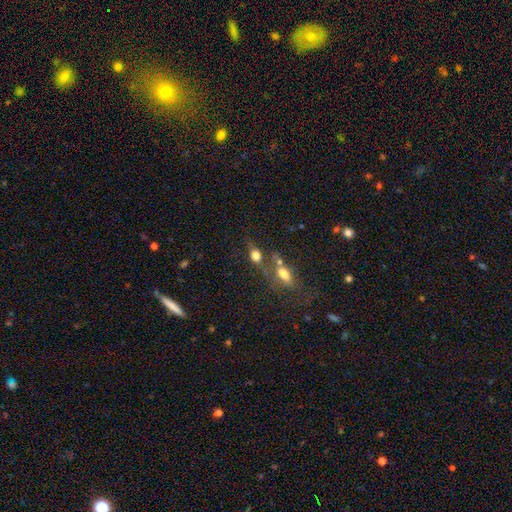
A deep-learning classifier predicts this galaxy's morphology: type=smooth (70%); roundness=in between (61%); merging=none (43%).